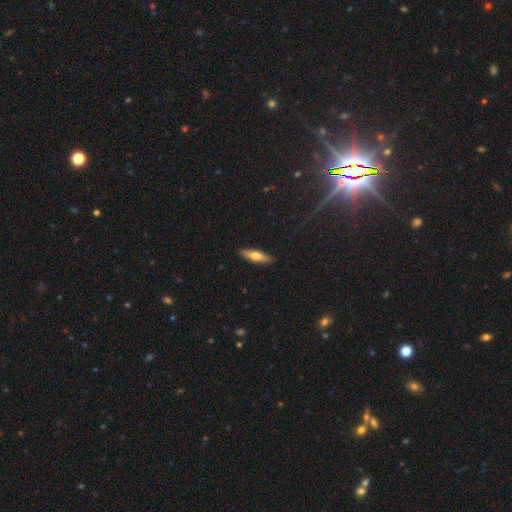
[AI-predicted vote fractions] This is possibly a smooth galaxy (56%). How rounded: likely cigar-shaped (73%). Merging: clearly none (90%).